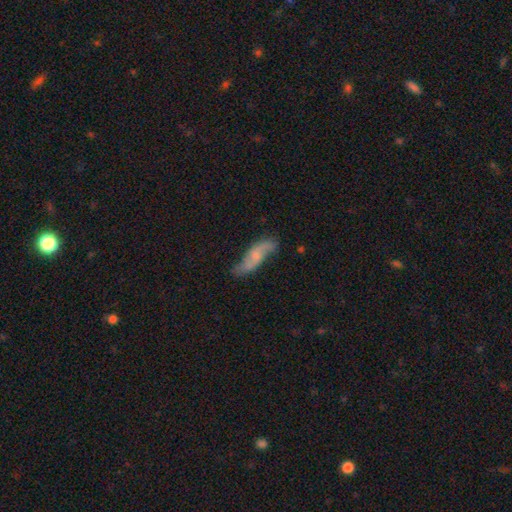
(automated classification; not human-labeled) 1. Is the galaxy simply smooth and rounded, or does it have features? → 58% featured or disk, 34% smooth, 7% star or artifact.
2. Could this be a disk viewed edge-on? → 85% no, 15% yes.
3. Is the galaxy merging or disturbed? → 66% none, 23% minor disturbance, 8% major disturbance, 3% merger.